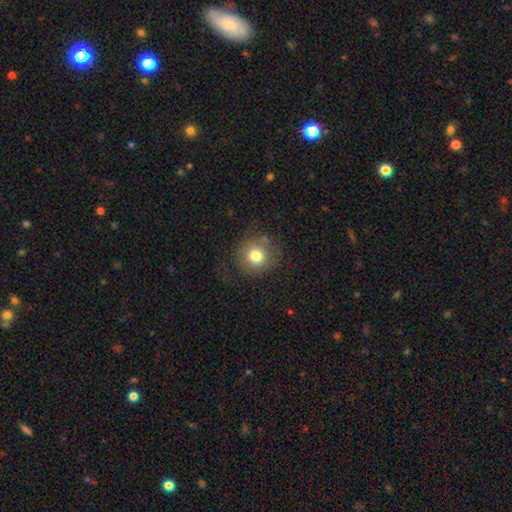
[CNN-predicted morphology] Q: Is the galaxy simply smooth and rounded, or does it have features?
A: smooth — 76%.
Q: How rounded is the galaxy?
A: round — 90%.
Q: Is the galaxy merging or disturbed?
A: none — 73%.